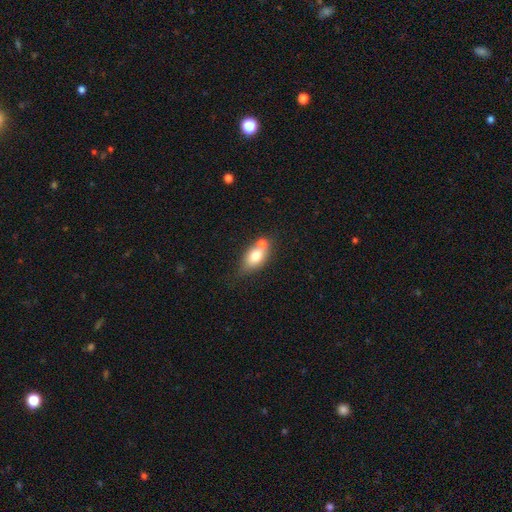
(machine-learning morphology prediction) smooth-or-featured: smooth: 71% | featured or disk: 21% | star or artifact: 8%
  how-rounded: in between: 80% | round: 14% | cigar-shaped: 6%
  merging: none: 46% | merger: 34% | minor disturbance: 15% | major disturbance: 5%